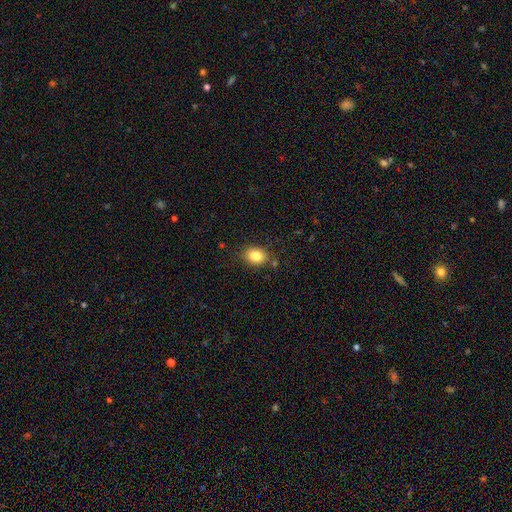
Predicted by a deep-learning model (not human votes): A smooth galaxy with no disk features (84%) that is in between round and cigar-shaped (64%).

Vote fractions:
- Smooth or featured? smooth: 84% / star or artifact: 9% / featured or disk: 7%
- How rounded? in between: 64% / round: 35% / cigar-shaped: 1%
- Merging? none: 81% / minor disturbance: 12% / merger: 3% / major disturbance: 3%